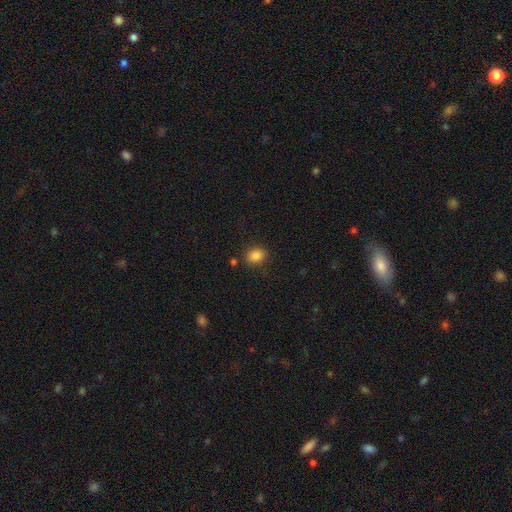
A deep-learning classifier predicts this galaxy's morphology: The model was most divided on "how rounded": in between: 54%, round: 45%, cigar-shaped: 1%. More confident: smooth or featured — smooth (86%); merging — none (83%).